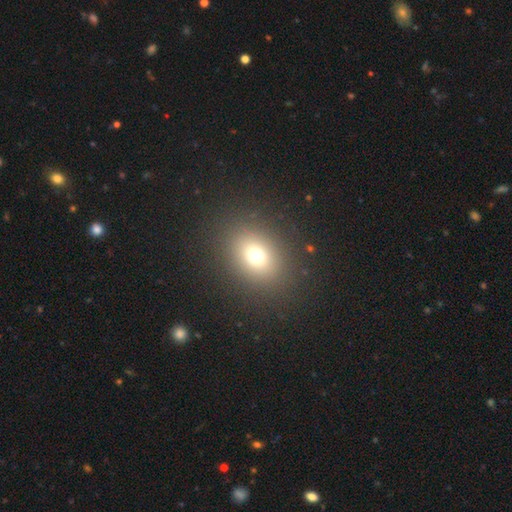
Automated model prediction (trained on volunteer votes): Smooth or featured? smooth (70%)
How rounded? round (54%)
Merging? none (86%)